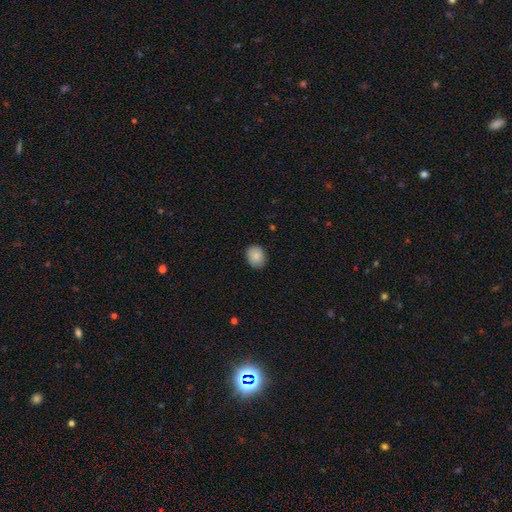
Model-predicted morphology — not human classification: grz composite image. It shows a smooth galaxy with no disk features (88%) that is in between round and cigar-shaped (54%). Merging: none (88%).